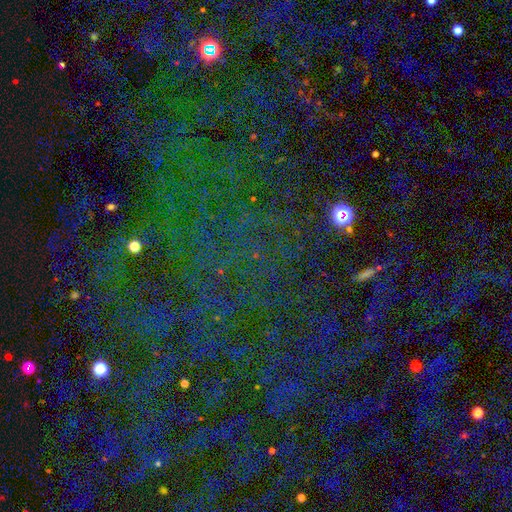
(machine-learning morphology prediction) This appears to be a star or artifact, not a galaxy (78%).